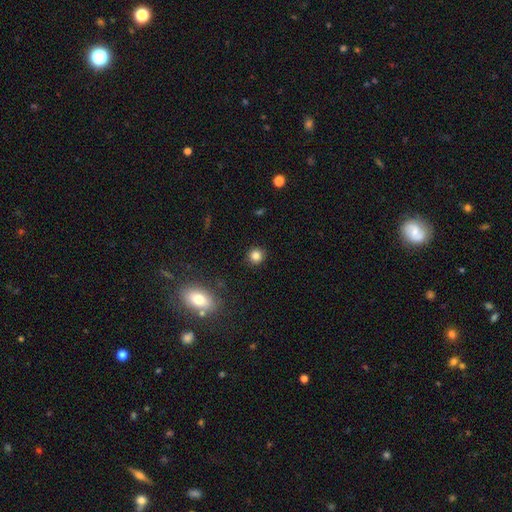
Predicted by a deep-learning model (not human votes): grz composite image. It shows a smooth galaxy with no disk features (82%) that is round (92%). Merging: none (91%).